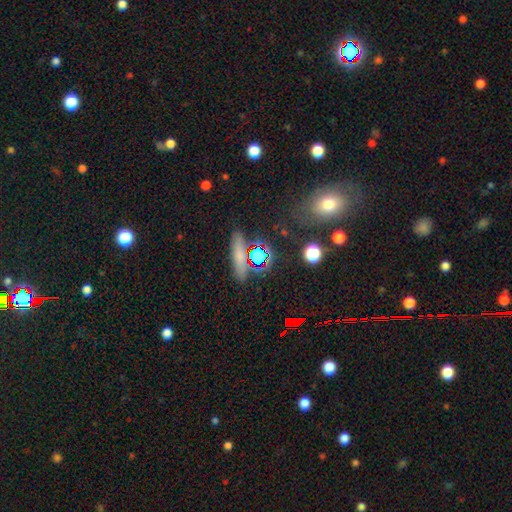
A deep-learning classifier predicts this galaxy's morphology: smooth 54%, star or artifact 32%, featured or disk 14%. Down the decision tree: how rounded — cigar-shaped (39%); merging — none (80%).